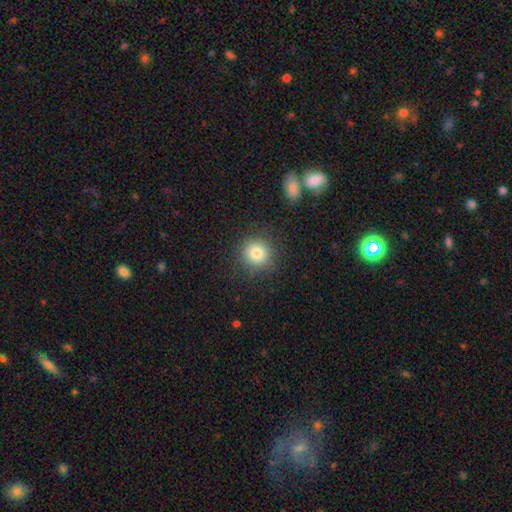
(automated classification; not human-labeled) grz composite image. It shows a smooth galaxy with no disk features (81%) that is round (91%). Merging: none (88%).